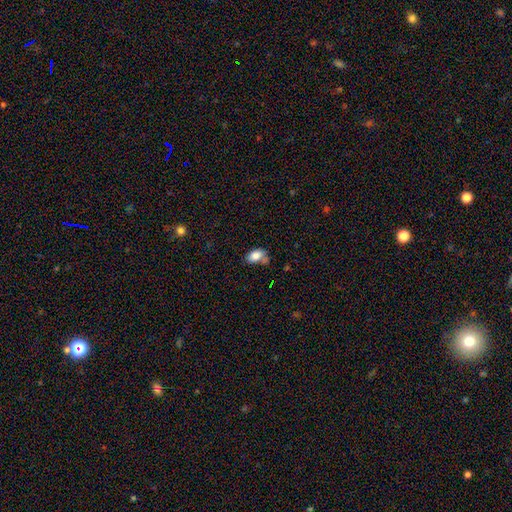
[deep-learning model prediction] smooth-or-featured: smooth: 82% | featured or disk: 10% | star or artifact: 8%
  how-rounded: in between: 88% | round: 11% | cigar-shaped: 2%
  merging: none: 49% | minor disturbance: 27% | merger: 15% | major disturbance: 9%